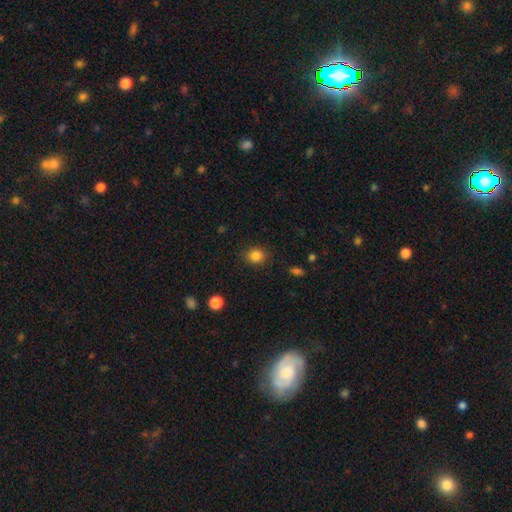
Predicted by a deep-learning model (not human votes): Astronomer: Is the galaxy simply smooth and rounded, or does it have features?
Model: smooth — 85%.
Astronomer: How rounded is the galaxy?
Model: round — 67%.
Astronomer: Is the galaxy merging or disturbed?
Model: none — 86%.